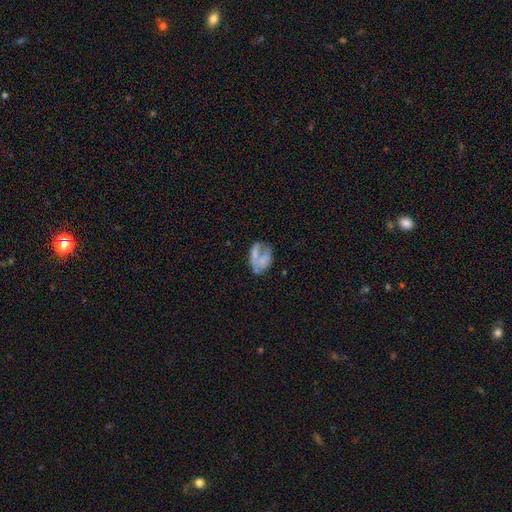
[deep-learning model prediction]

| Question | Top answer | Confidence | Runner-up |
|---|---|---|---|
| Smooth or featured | featured or disk | 46% | smooth (40%) |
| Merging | none | 39% | major disturbance (25%) |